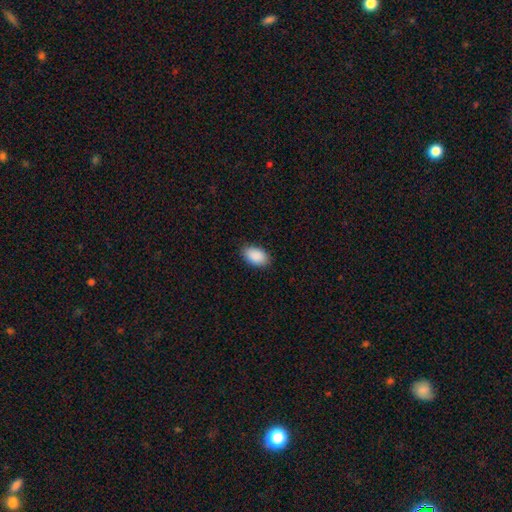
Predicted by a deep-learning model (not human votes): smooth-or-featured: smooth: 91% | star or artifact: 6% | featured or disk: 3%
  how-rounded: in between: 93% | round: 6% | cigar-shaped: 1%
  merging: none: 86% | minor disturbance: 11% | major disturbance: 2% | merger: 1%